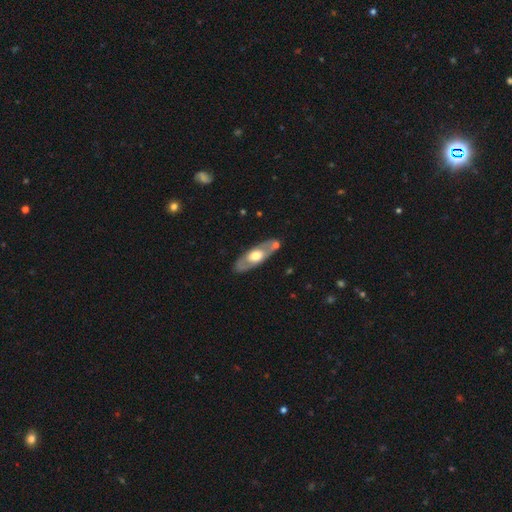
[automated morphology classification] Smooth or featured? Predicted: featured or disk (p=0.53). Edge-on disk? Predicted: no (p=0.63). Merging? Predicted: none (p=0.79).